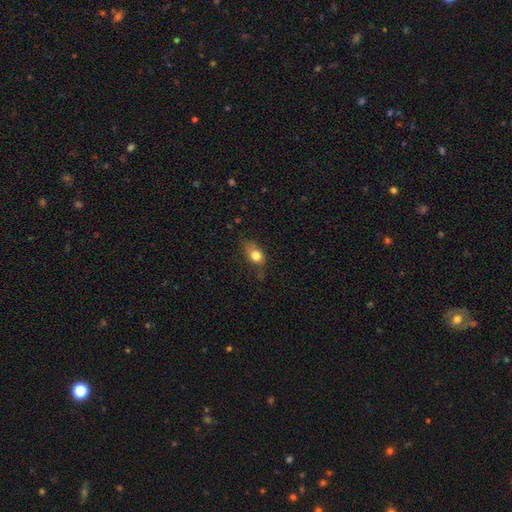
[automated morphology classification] Q: Smooth or featured?
A: smooth (77%); runner-up: featured or disk (14%)
Q: How rounded?
A: in between (70%); runner-up: round (25%)
Q: Merging?
A: none (53%); runner-up: minor disturbance (33%)